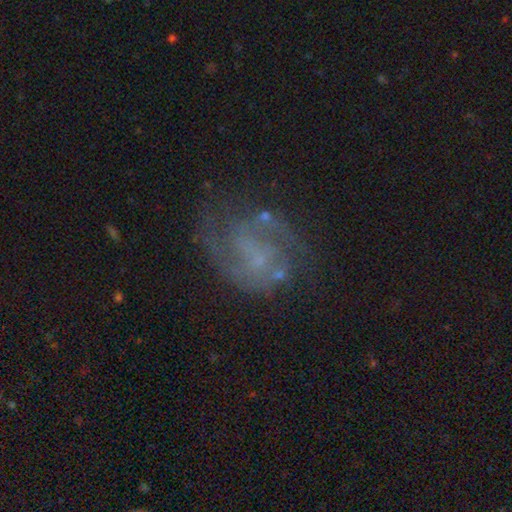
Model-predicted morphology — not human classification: A featured or disk galaxy (76%) with no bar (52%), 2 (72%) medium (49%) spiral arms (88%) and no central bulge (44%). Merging: none (63%).